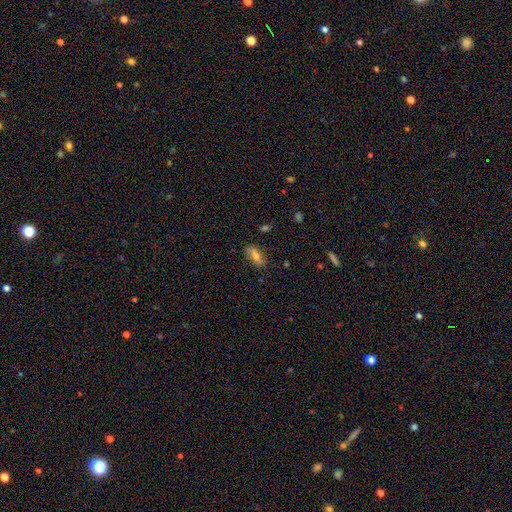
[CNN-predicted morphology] This is likely a smooth galaxy (67%). How rounded: likely in between (73%). Merging: clearly none (82%).